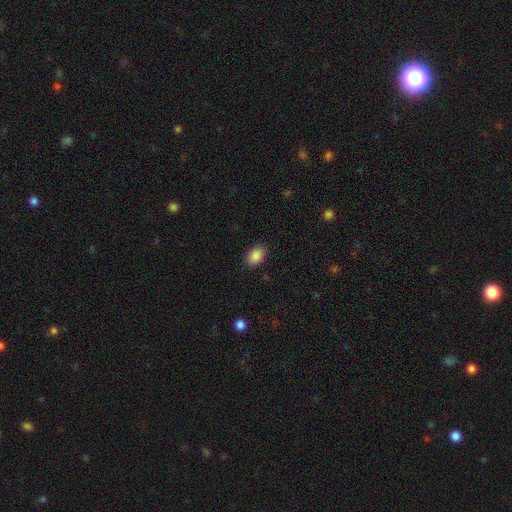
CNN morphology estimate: Smooth or featured: smooth — 88% (star or artifact — 8%)
How rounded: in between — 84% (round — 15%)
Merging: none — 86% (minor disturbance — 10%)